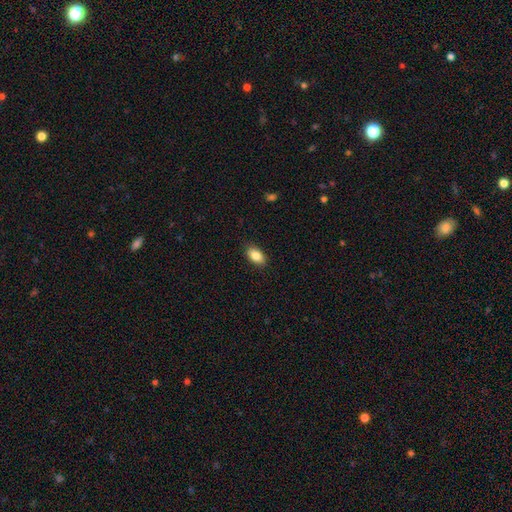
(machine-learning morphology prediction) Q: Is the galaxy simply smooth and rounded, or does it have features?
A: smooth — 85%.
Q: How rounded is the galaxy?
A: in between — 92%.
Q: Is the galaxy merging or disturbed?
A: none — 89%.